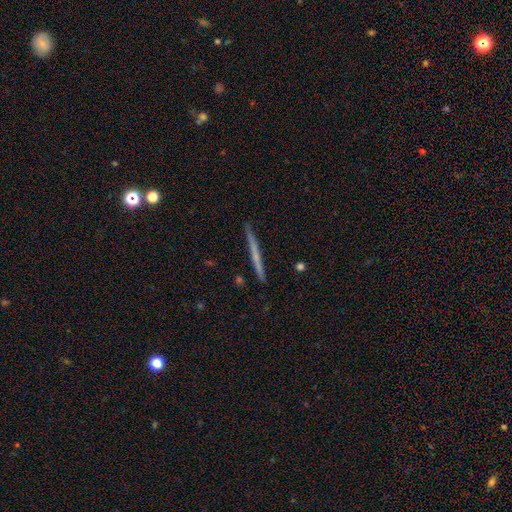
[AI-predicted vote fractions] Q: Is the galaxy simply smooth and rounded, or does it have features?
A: smooth — 49%.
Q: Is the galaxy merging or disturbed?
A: none — 90%.